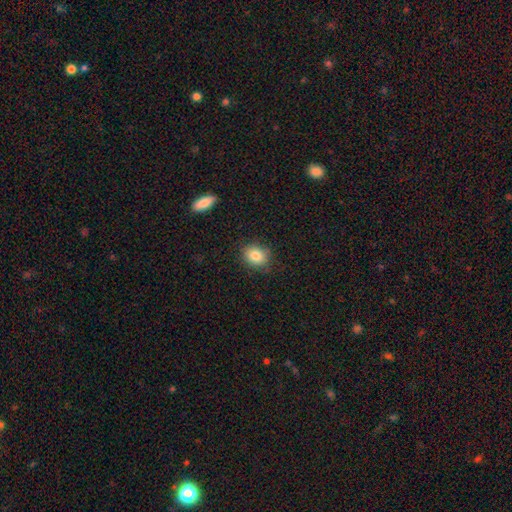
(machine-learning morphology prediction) A smooth galaxy with no disk features (83%) that is round (56%).

Vote fractions:
- Smooth or featured? smooth: 83% / star or artifact: 9% / featured or disk: 7%
- How rounded? round: 56% / in between: 43% / cigar-shaped: 1%
- Merging? none: 84% / minor disturbance: 11% / major disturbance: 3% / merger: 1%